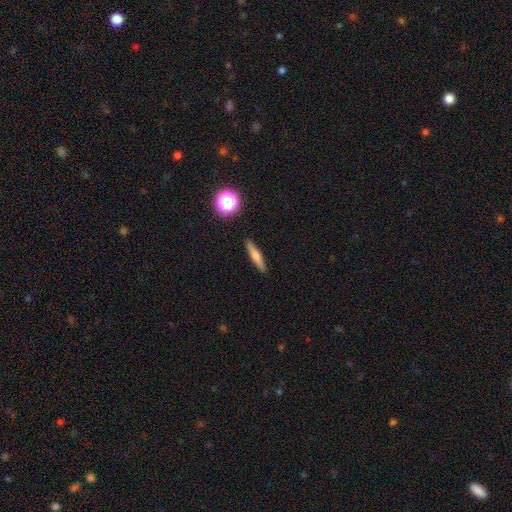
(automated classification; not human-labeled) Morphology: type=smooth (60%); roundness=cigar-shaped (87%); merging=none (90%).